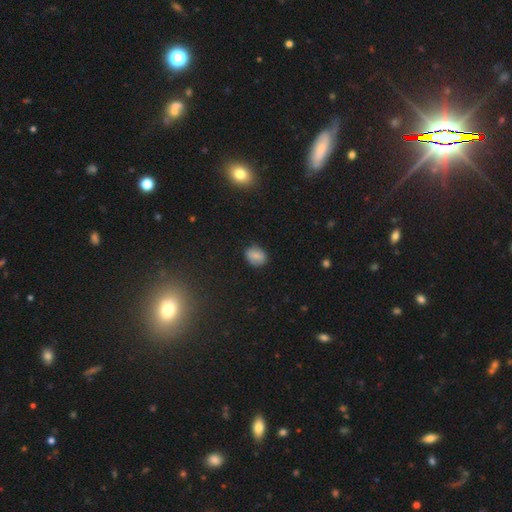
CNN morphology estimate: Smooth or featured: smooth — 71% (featured or disk — 17%)
How rounded: round — 50% (in between — 49%)
Merging: none — 82% (minor disturbance — 14%)